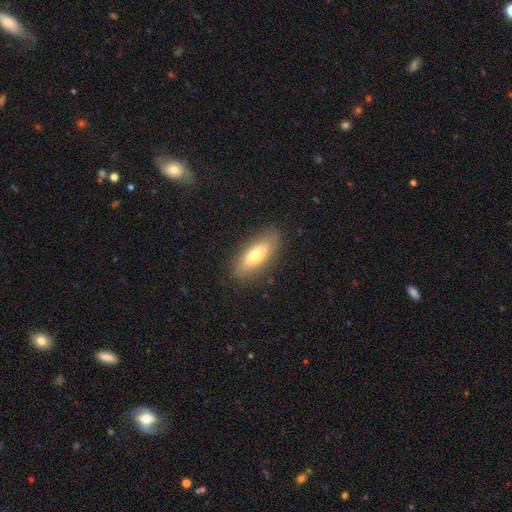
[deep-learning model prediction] Overall: smooth (69%). How rounded: in between (66%; cigar-shaped 32%). Merging: none (86%).